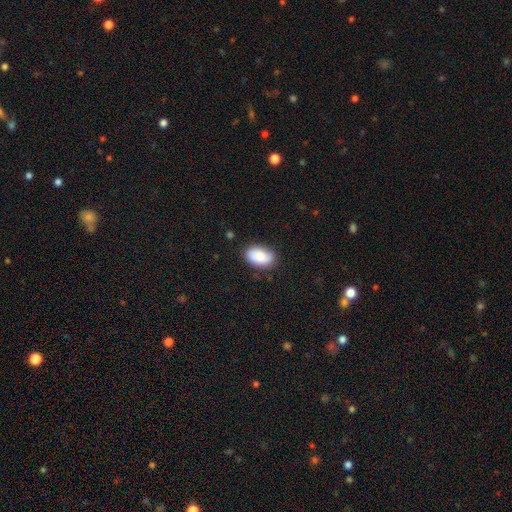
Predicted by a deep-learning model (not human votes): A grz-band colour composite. It shows a smooth galaxy with no disk features (81%) that is in between round and cigar-shaped (91%). Merging: none (80%).